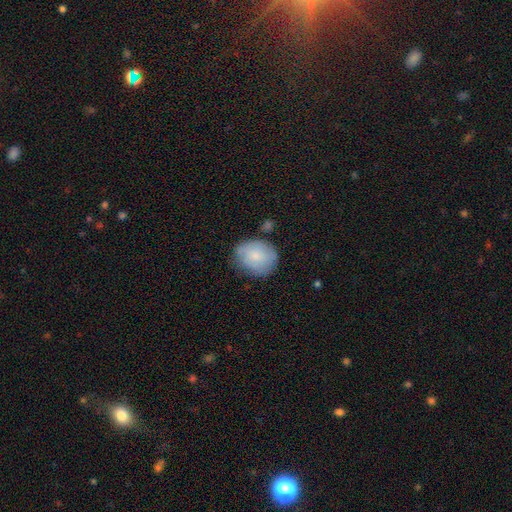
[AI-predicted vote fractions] This is likely a smooth galaxy (71%). How rounded: possibly round (59%). Merging: likely none (68%).